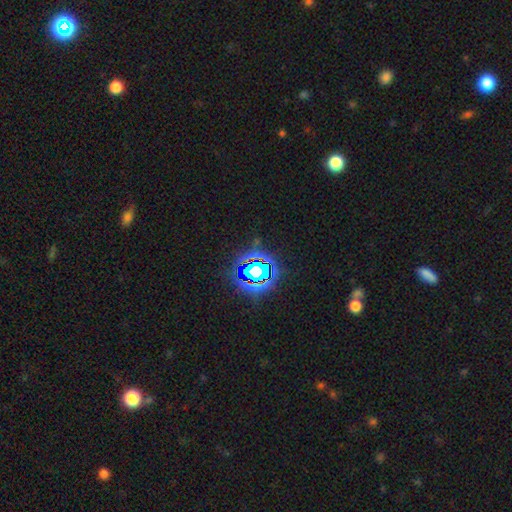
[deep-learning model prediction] smooth-or-featured: star or artifact: 80% | smooth: 12% | featured or disk: 7%